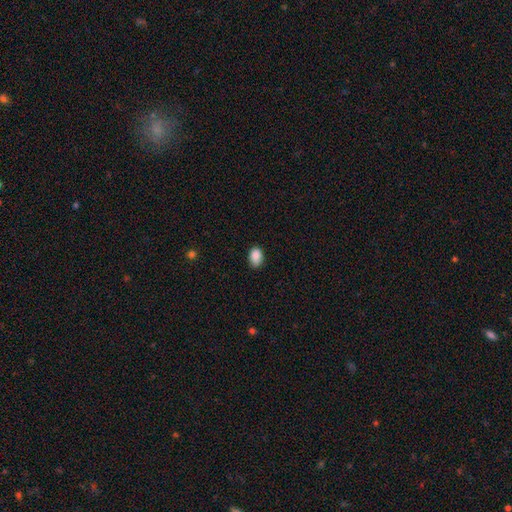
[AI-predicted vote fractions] A smooth galaxy with no disk features (86%) that is in between round and cigar-shaped (81%).

Vote fractions:
- Smooth or featured? smooth: 86% / star or artifact: 9% / featured or disk: 5%
- How rounded? in between: 81% / round: 17% / cigar-shaped: 1%
- Merging? none: 73% / minor disturbance: 22% / major disturbance: 3% / merger: 1%